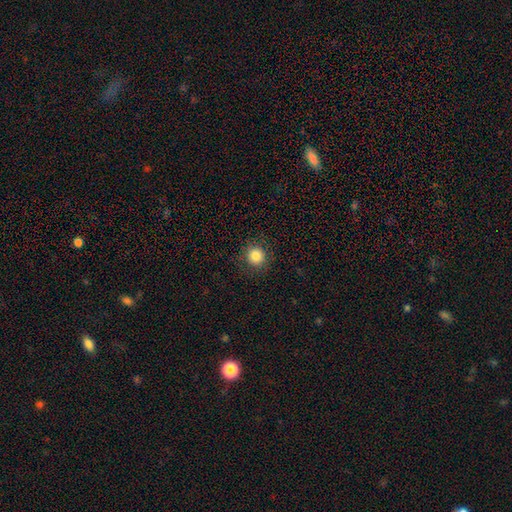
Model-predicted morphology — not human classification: A smooth galaxy with no disk features (84%) that is round (91%). Merging: none (90%).